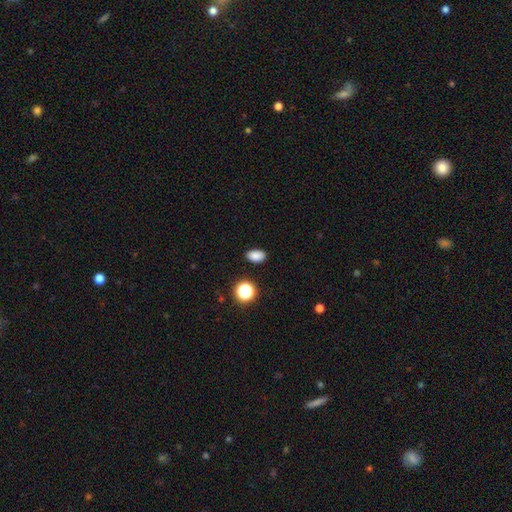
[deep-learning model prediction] This appears to be a smooth galaxy with no disk features (84%) that is in between round and cigar-shaped (86%). Merging: none (88%).